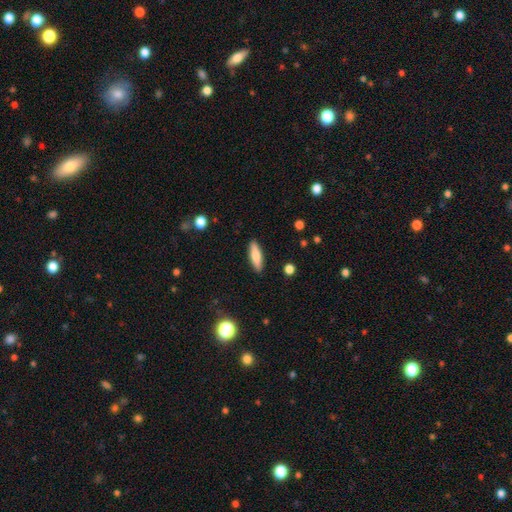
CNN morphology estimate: Q: Smooth or featured?
A: smooth (74%); runner-up: featured or disk (19%)
Q: How rounded?
A: cigar-shaped (60%); runner-up: in between (38%)
Q: Merging?
A: none (89%); runner-up: minor disturbance (8%)